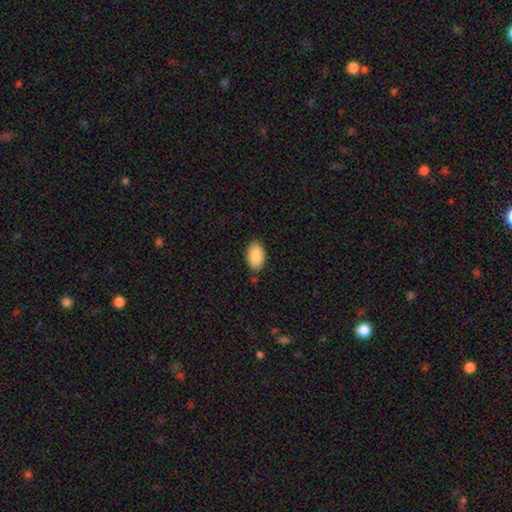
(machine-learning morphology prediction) smooth 88%, star or artifact 6%, featured or disk 6%. Down the decision tree: how rounded — in between (93%); merging — none (84%).